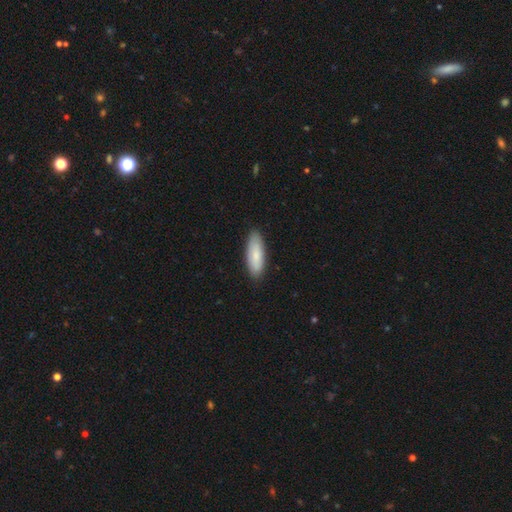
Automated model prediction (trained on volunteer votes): Morphology: type=smooth (81%); roundness=in between (63%); merging=none (87%).